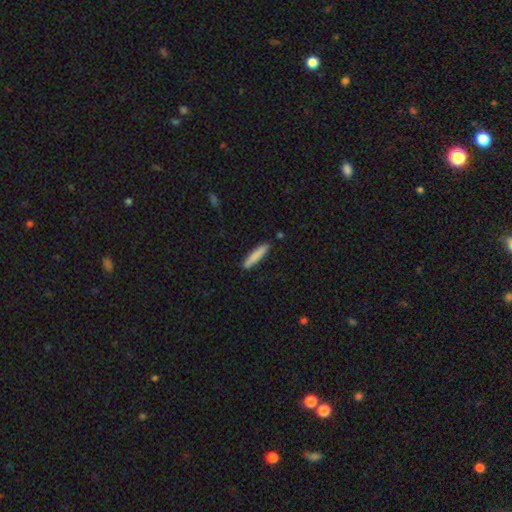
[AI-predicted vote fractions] Smooth or featured? smooth (83%)
How rounded? cigar-shaped (90%)
Merging? none (88%)